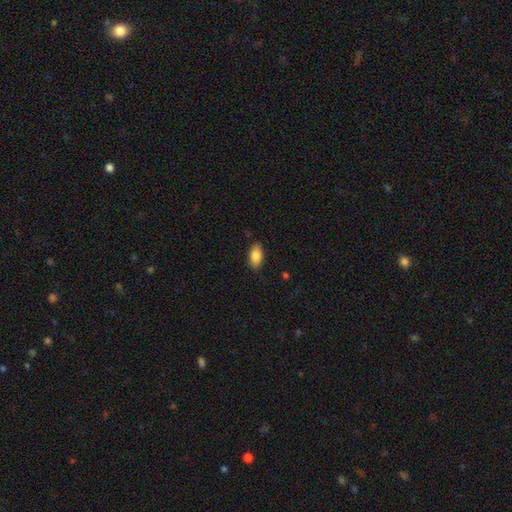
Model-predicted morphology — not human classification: Smooth or featured? Predicted: smooth (p=0.86). How rounded? Predicted: in between (p=0.92). Merging? Predicted: none (p=0.87).